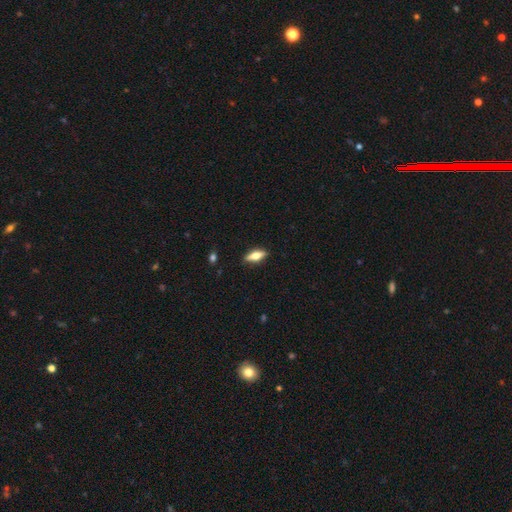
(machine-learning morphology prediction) A smooth galaxy with no disk features (52%) that is in between round and cigar-shaped (62%). Merging: none (87%).